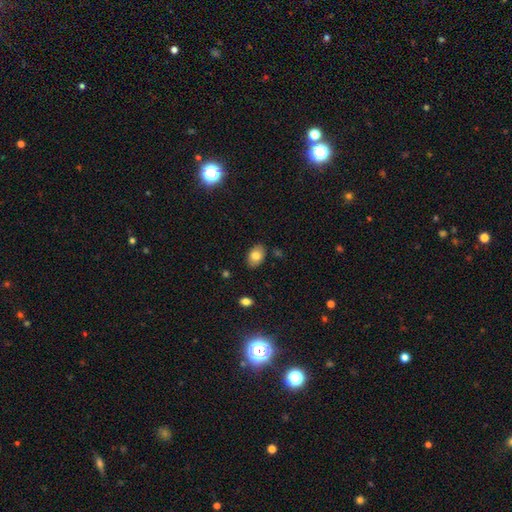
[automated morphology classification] Smooth or featured: smooth — 81% (featured or disk — 11%)
How rounded: in between — 85% (round — 14%)
Merging: none — 84% (minor disturbance — 12%)